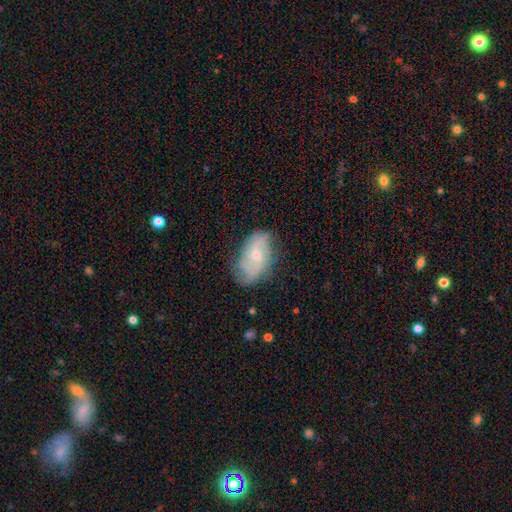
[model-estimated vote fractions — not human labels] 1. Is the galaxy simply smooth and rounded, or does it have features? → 61% featured or disk, 32% smooth, 7% star or artifact.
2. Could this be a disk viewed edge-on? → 95% no, 5% yes.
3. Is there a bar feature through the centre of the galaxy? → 63% no, 31% weak, 6% strong.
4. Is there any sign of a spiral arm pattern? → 85% yes, 15% no.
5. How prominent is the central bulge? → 55% small, 40% moderate, 2% none, 2% large, 1% dominant.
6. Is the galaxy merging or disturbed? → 69% none, 23% minor disturbance, 7% major disturbance, 1% merger.